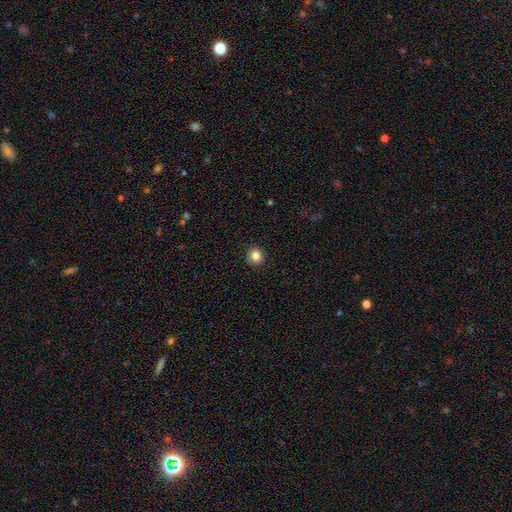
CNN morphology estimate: type=smooth (84%); roundness=round (92%); merging=none (91%).